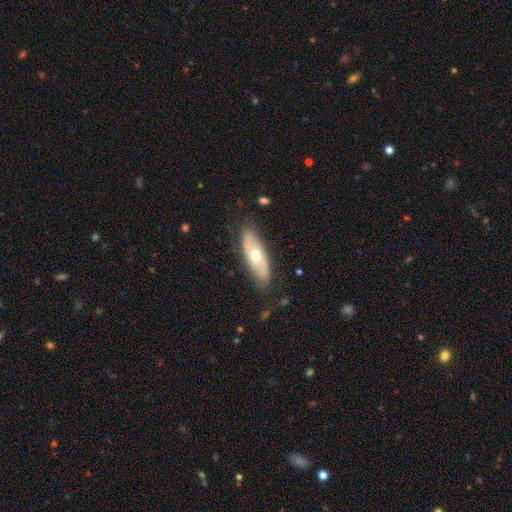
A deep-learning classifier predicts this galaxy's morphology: Smooth or featured? Predicted: featured or disk (p=0.53). Edge-on disk? Predicted: no (p=0.74). Merging? Predicted: none (p=0.80).